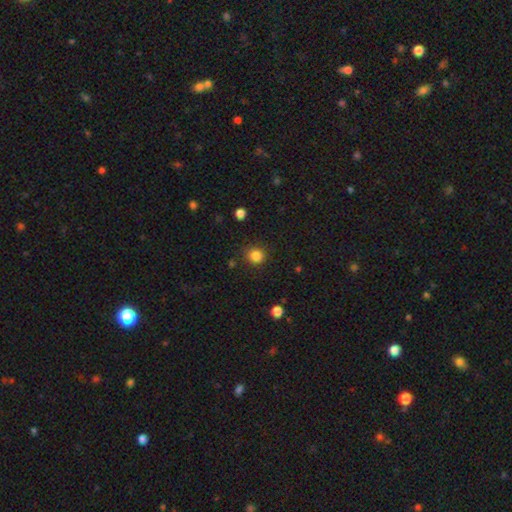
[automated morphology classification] A smooth galaxy with no disk features (85%) that is round (87%). Merging: none (87%).